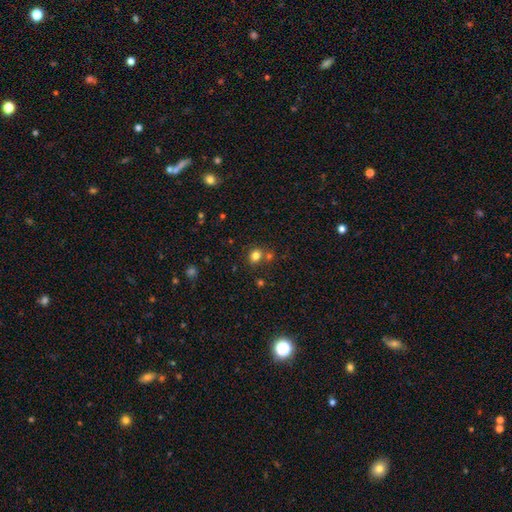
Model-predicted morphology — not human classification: Smooth or featured: smooth — 80% (star or artifact — 14%)
How rounded: round — 65% (in between — 34%)
Merging: none — 66% (merger — 20%)